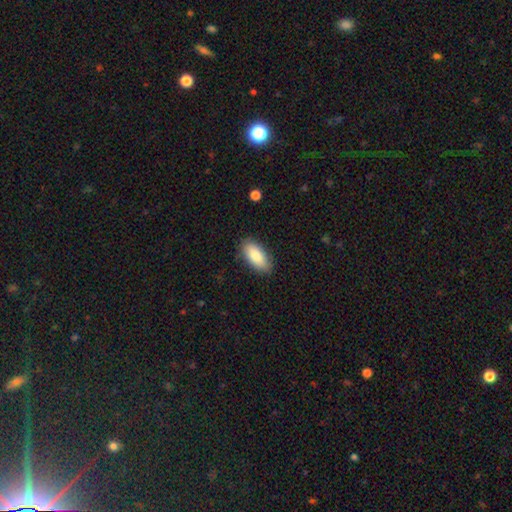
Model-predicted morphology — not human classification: This is clearly a smooth galaxy (85%). How rounded: clearly in between (90%). Merging: clearly none (85%).